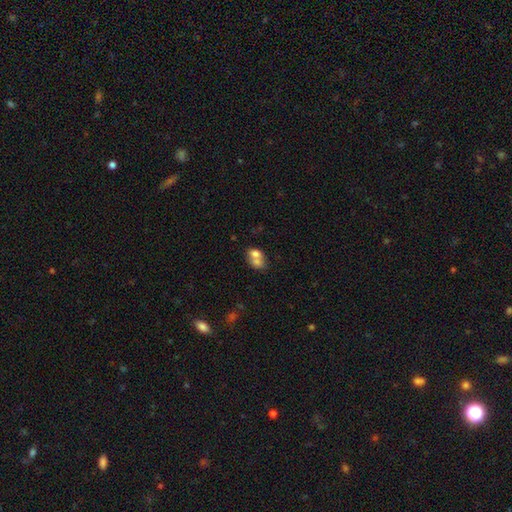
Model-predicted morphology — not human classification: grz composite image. It shows a smooth galaxy with no disk features (68%) that is in between round and cigar-shaped (59%). Merging: merger (66%).